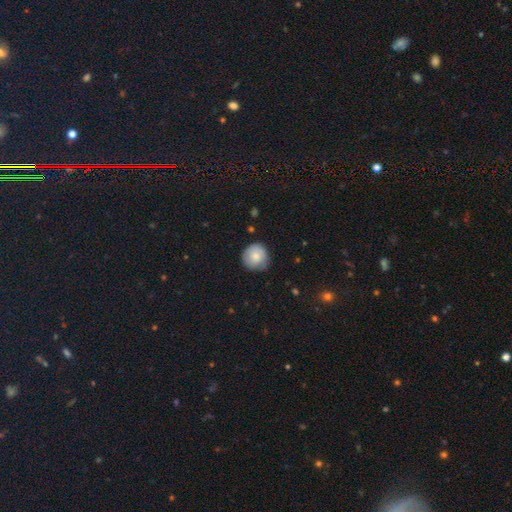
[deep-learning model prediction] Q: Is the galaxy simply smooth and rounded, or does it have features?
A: smooth — 77%.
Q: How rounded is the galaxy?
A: round — 92%.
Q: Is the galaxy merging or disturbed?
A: none — 73%.